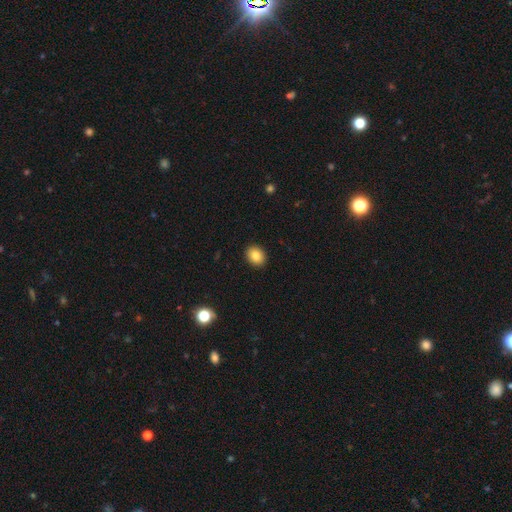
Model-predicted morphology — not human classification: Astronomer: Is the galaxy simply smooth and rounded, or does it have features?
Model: smooth — 85%.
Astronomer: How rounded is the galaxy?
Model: in between — 50% (runner-up: round, 49%).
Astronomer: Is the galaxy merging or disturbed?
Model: none — 91%.